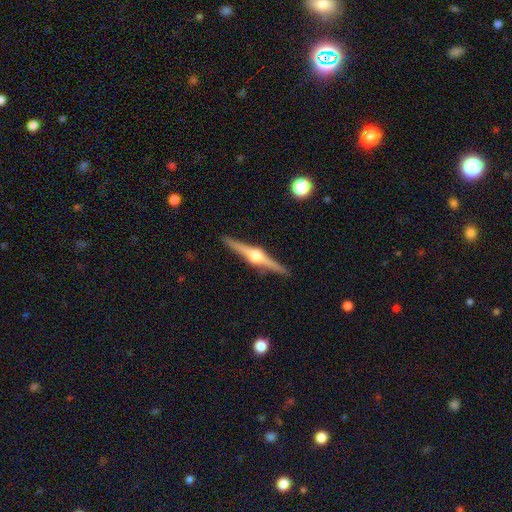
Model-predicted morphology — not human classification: smooth-or-featured: featured or disk: 87% | smooth: 8% | star or artifact: 5%
  disk-edge-on: yes: 99% | no: 1%
    edge-on-bulge: rounded: 95% | boxy: 3% | none: 1%
  merging: none: 92% | minor disturbance: 6% | major disturbance: 1% | merger: 1%